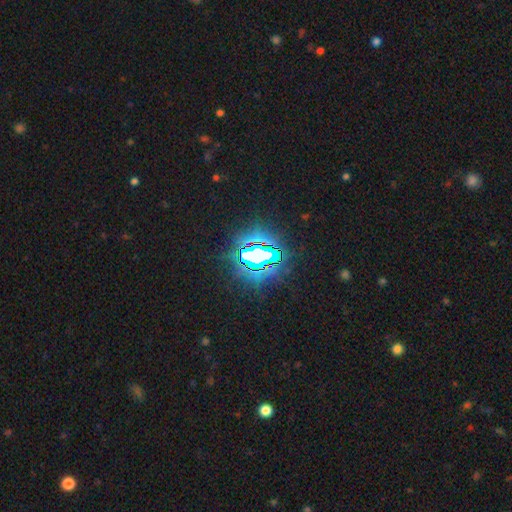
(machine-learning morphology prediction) Smooth or featured? Predicted: star or artifact (p=0.83).